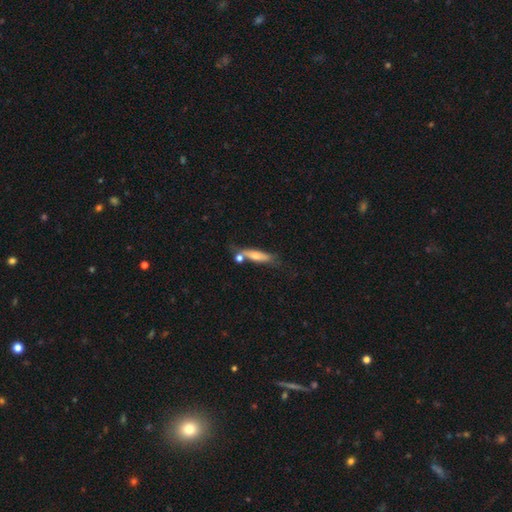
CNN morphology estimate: Q: Smooth or featured?
A: smooth (62%); runner-up: featured or disk (31%)
Q: How rounded?
A: cigar-shaped (71%); runner-up: in between (26%)
Q: Merging?
A: none (52%); runner-up: merger (21%)